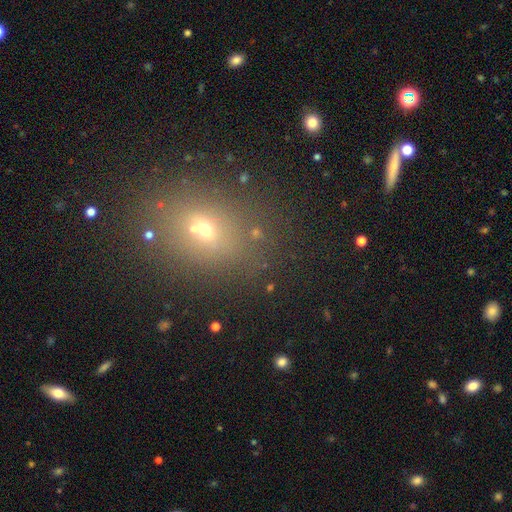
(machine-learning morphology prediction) Smooth or featured? Predicted: smooth (p=0.57). How rounded? Predicted: in between (p=0.54). Merging? Predicted: none (p=0.85).